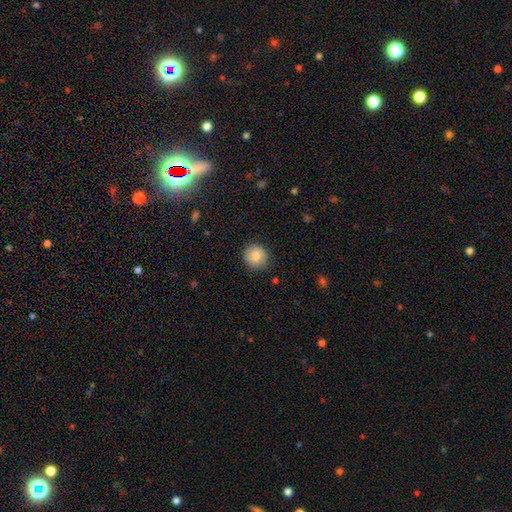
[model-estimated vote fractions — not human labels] This appears to be a smooth galaxy with no disk features (84%) that is round (91%). Merging: none (84%).